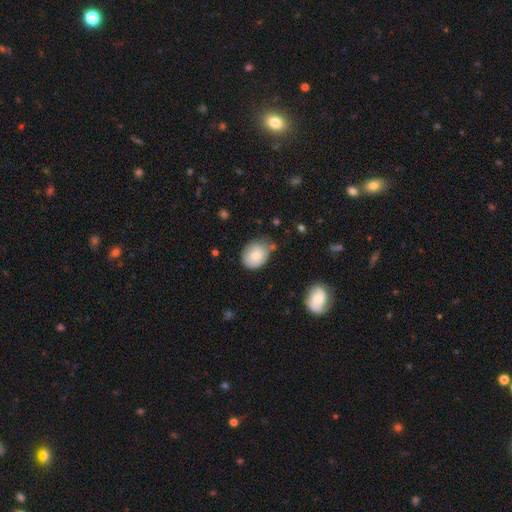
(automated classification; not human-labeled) Morphology: type=smooth (76%); roundness=in between (51%); merging=none (56%).